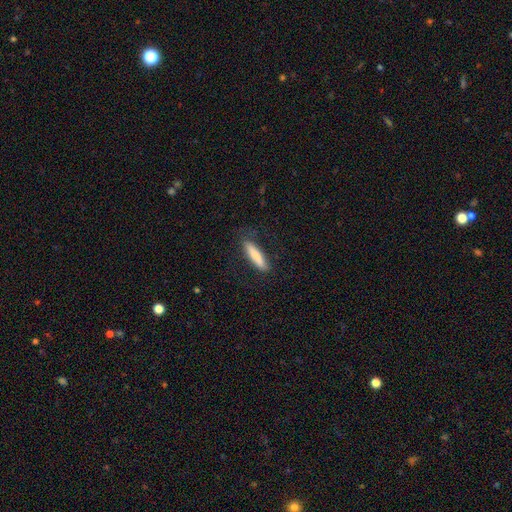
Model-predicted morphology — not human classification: Overall: smooth (80%). How rounded: cigar-shaped (84%). Merging: none (80%).